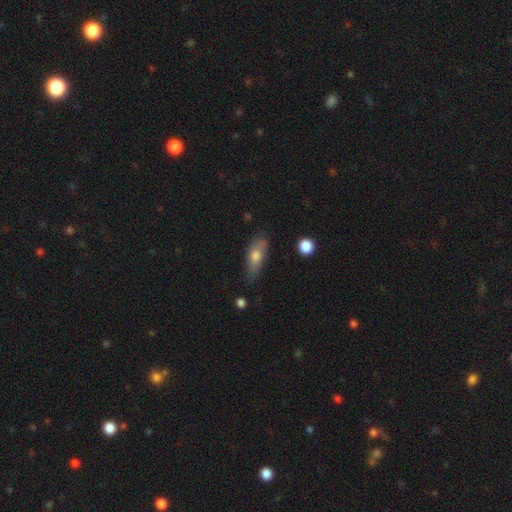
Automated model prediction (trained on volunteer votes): Smooth or featured? smooth (67%)
How rounded? in between (74%)
Merging? none (58%)